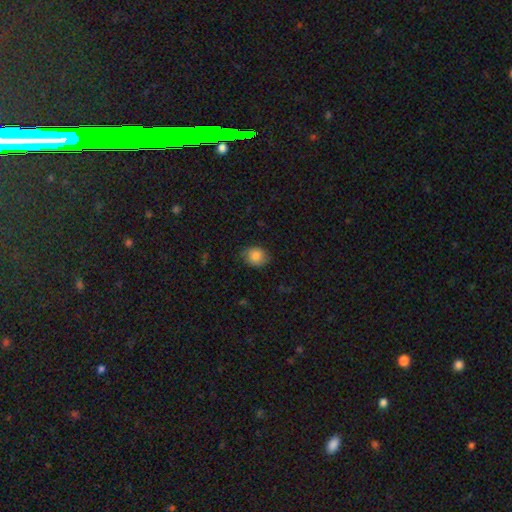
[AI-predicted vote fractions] A smooth galaxy with no disk features (85%) that is round (60%). Merging: none (76%).